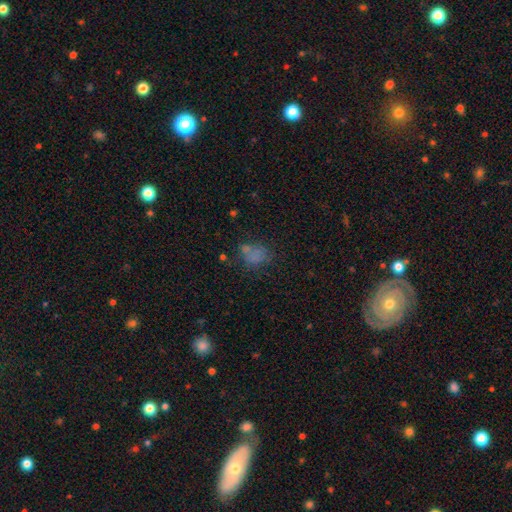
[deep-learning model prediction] smooth_or_featured: smooth (p=0.67) [alt: star or artifact p=0.18]
how_rounded: in between (p=0.54) [alt: round p=0.45]
merging: none (p=0.52) [alt: minor disturbance p=0.20]